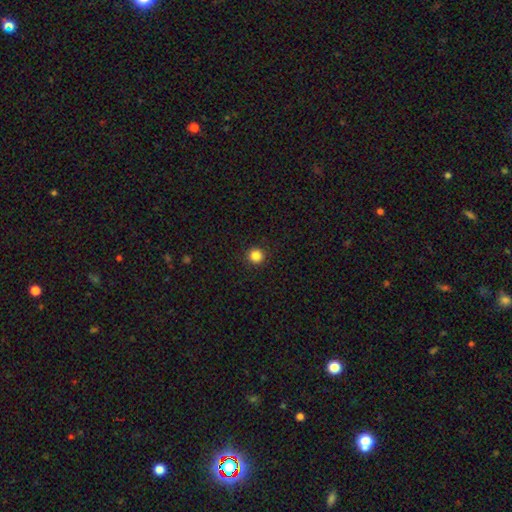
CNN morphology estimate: A smooth galaxy with no disk features (85%) that is round (94%). Merging: none (92%).